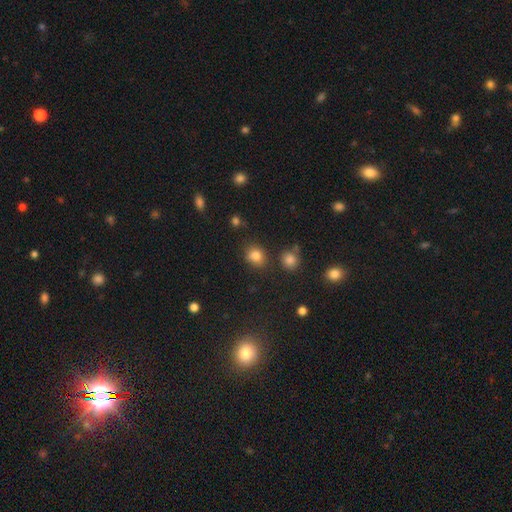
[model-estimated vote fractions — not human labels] Overall: smooth (82%). How rounded: round (63%; in between 36%). Merging: none (76%).